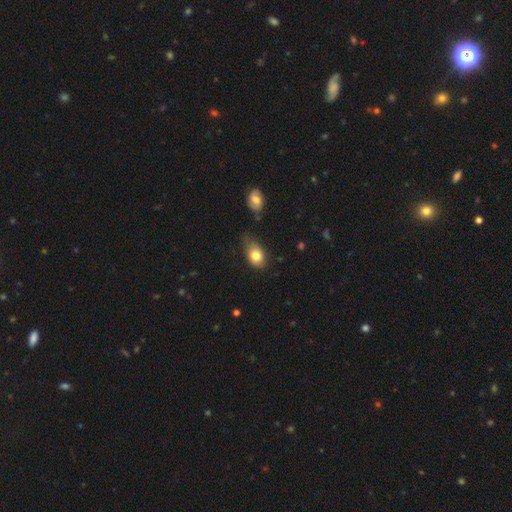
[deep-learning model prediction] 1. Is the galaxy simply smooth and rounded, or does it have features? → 80% smooth, 12% featured or disk, 8% star or artifact.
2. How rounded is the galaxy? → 79% in between, 20% round, 2% cigar-shaped.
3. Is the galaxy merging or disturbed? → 47% none, 37% minor disturbance, 11% major disturbance, 5% merger.